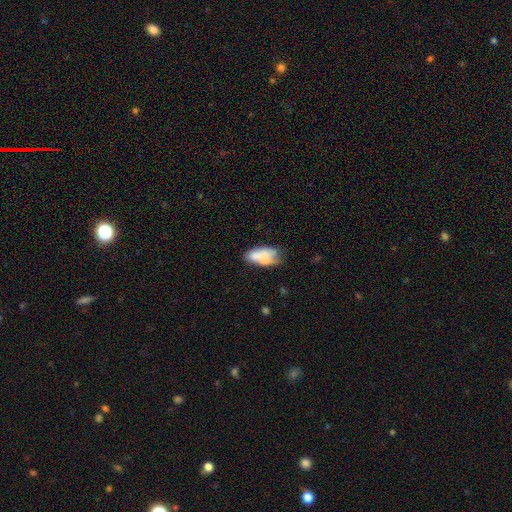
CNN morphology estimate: The model was most divided on "merging": none: 39%, minor disturbance: 31%, major disturbance: 18%, merger: 12%. More confident: how rounded — in between (91%); smooth or featured — smooth (68%).